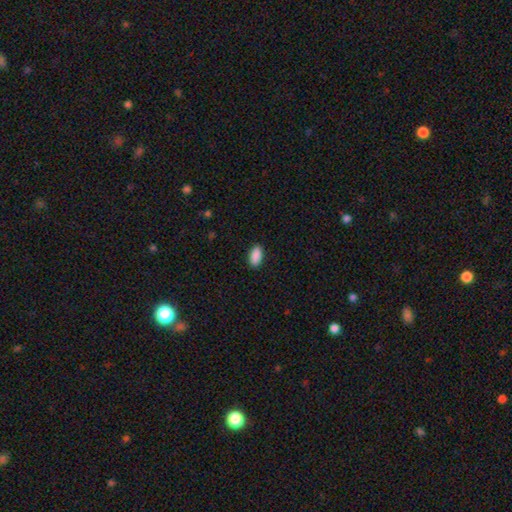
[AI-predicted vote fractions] smooth 90%, star or artifact 7%, featured or disk 3%. Down the decision tree: how rounded — in between (92%); merging — none (90%).